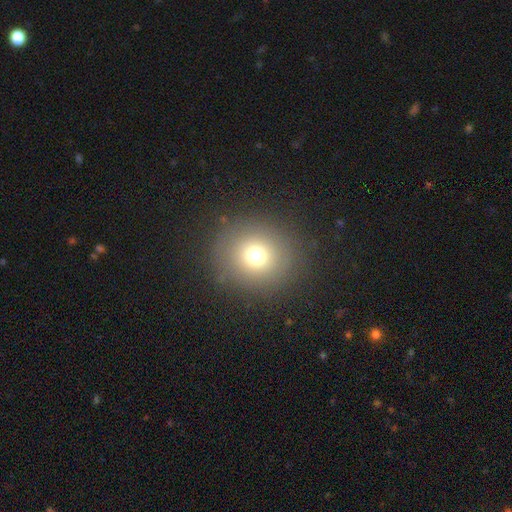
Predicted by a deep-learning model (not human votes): Smooth or featured?
  - smooth: 71% *
  - star or artifact: 18%
  - featured or disk: 11%
How rounded?
  - round: 90% *
  - in between: 9%
  - cigar-shaped: 1%
Merging?
  - none: 86% *
  - minor disturbance: 8%
  - major disturbance: 5%
  - merger: 1%